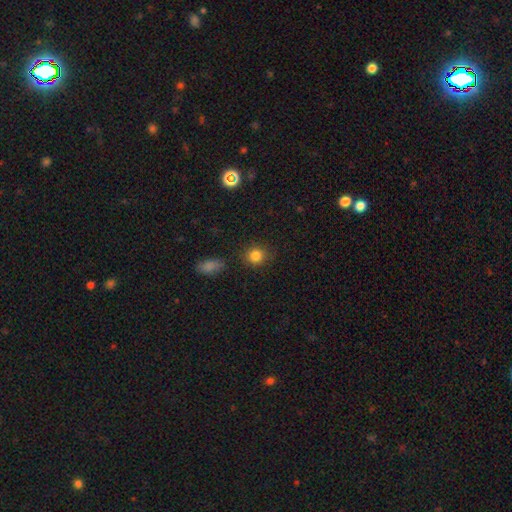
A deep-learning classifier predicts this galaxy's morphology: Smooth or featured?
  - smooth: 84% *
  - star or artifact: 11%
  - featured or disk: 5%
How rounded?
  - round: 83% *
  - in between: 16%
  - cigar-shaped: 1%
Merging?
  - none: 84% *
  - minor disturbance: 10%
  - major disturbance: 3%
  - merger: 2%